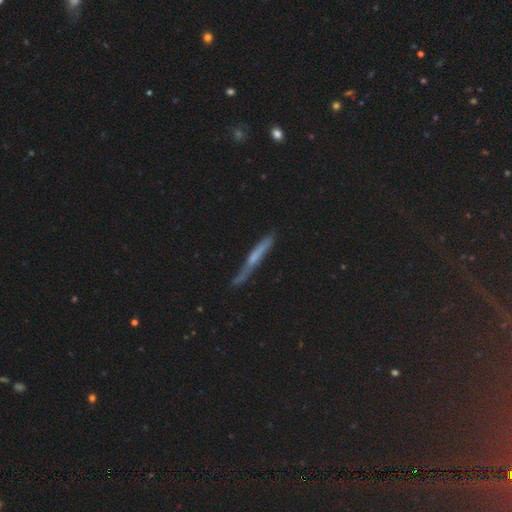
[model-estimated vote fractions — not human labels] smooth-or-featured: featured or disk: 53% | smooth: 38% | star or artifact: 9%
  disk-edge-on: yes: 91% | no: 9%
  merging: none: 74% | minor disturbance: 19% | major disturbance: 4% | merger: 3%